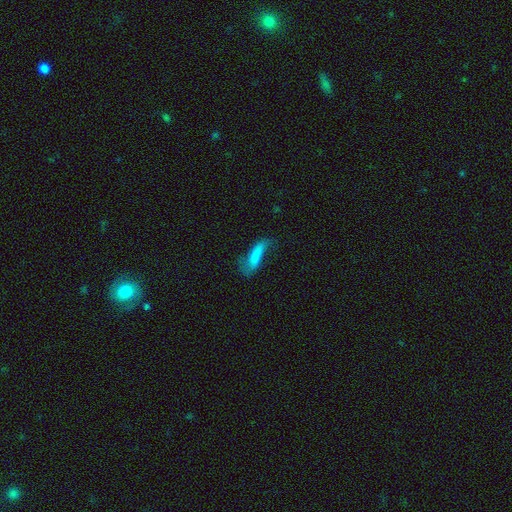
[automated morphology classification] Overall: smooth (66%; featured or disk 26%). How rounded: cigar-shaped (58%; in between 39%). Merging: none (37%; minor disturbance 30%).